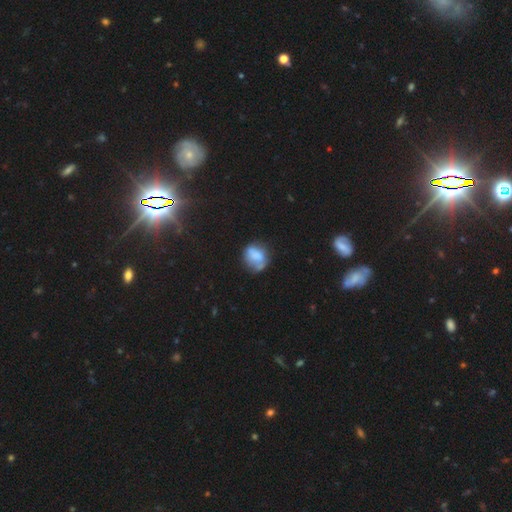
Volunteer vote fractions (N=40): This appears to be a smooth galaxy with no disk features (72%) that is round (69%). Merging: none (55%).